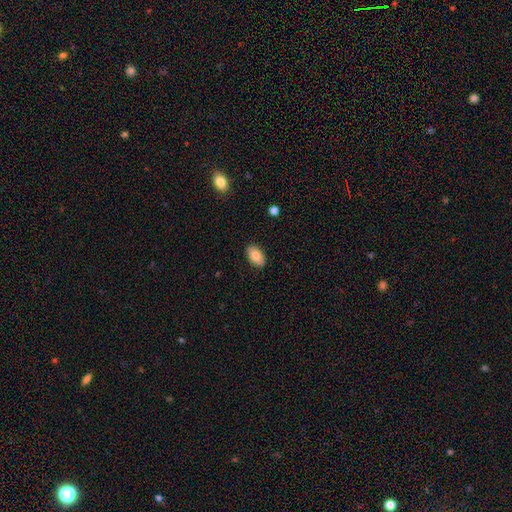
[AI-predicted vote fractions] A smooth galaxy with no disk features (85%) that is in between round and cigar-shaped (94%). Merging: none (88%).